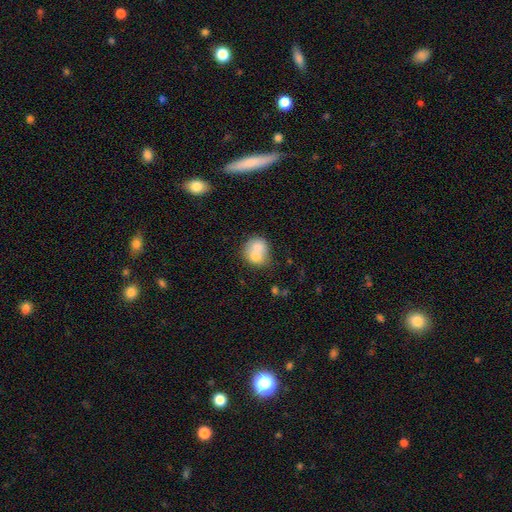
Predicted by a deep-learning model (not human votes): The model was most divided on "merging": merger: 58%, none: 29%, minor disturbance: 9%, major disturbance: 4%. More confident: how rounded — round (71%); smooth or featured — smooth (71%).